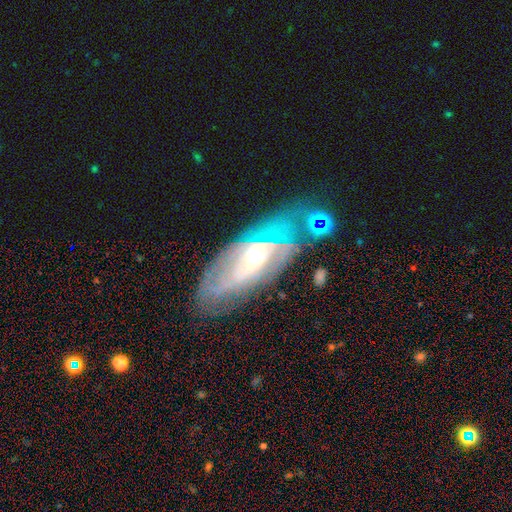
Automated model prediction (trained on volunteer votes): smooth_or_featured: featured or disk (p=0.78) [alt: smooth p=0.14]
disk_edge_on: no (p=0.83) [alt: yes p=0.17]
bar: no (p=0.41) [alt: weak p=0.37]
has_spiral_arms: yes (p=0.74) [alt: no p=0.26]
bulge_size: moderate (p=0.66) [alt: small p=0.20]
merging: none (p=0.61) [alt: minor disturbance p=0.20]